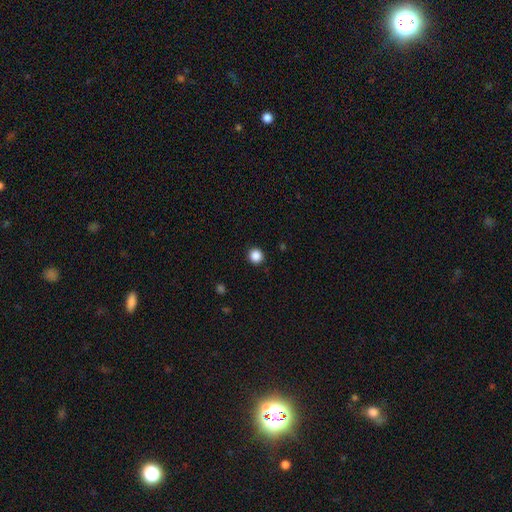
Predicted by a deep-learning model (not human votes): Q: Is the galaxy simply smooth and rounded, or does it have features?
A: smooth — 87%.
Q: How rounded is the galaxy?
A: round — 94%.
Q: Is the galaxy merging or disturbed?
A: none — 92%.